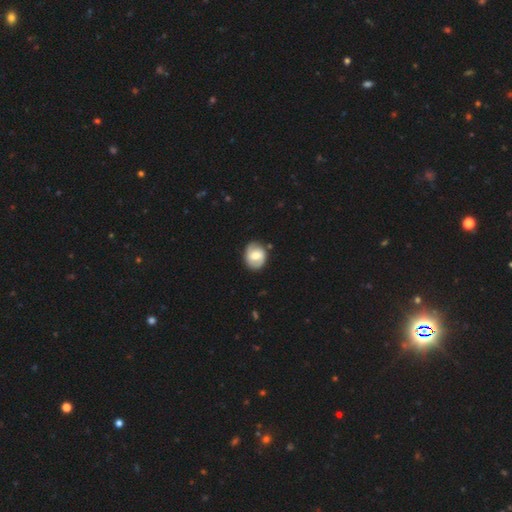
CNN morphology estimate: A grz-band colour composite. It shows a featured or disk galaxy (51%). Merging: none (80%).